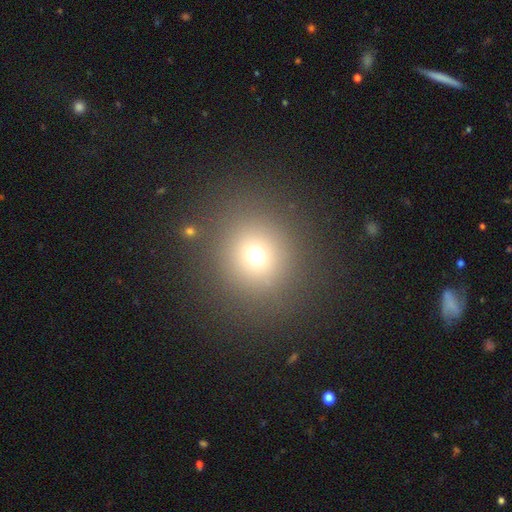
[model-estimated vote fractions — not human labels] Smooth or featured? Predicted: smooth (p=0.68). How rounded? Predicted: round (p=0.89). Merging? Predicted: none (p=0.85).